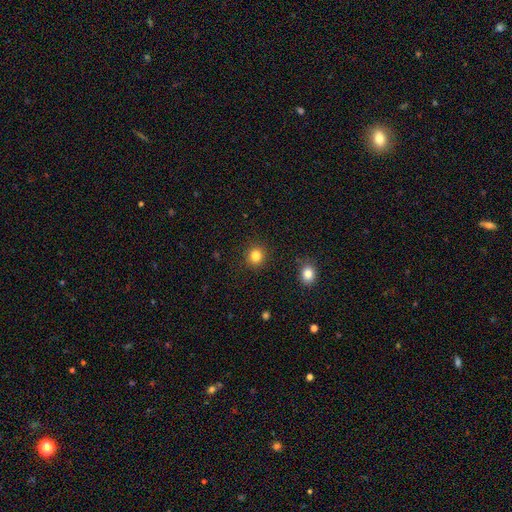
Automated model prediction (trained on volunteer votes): Overall: smooth (83%). How rounded: round (90%). Merging: none (90%).